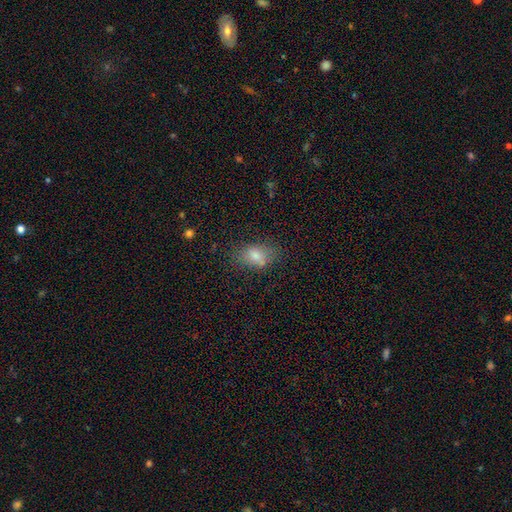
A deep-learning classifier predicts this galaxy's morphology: smooth-or-featured: smooth: 75% | featured or disk: 13% | star or artifact: 12%
  how-rounded: in between: 80% | round: 18% | cigar-shaped: 2%
  merging: none: 66% | minor disturbance: 20% | major disturbance: 7% | merger: 7%